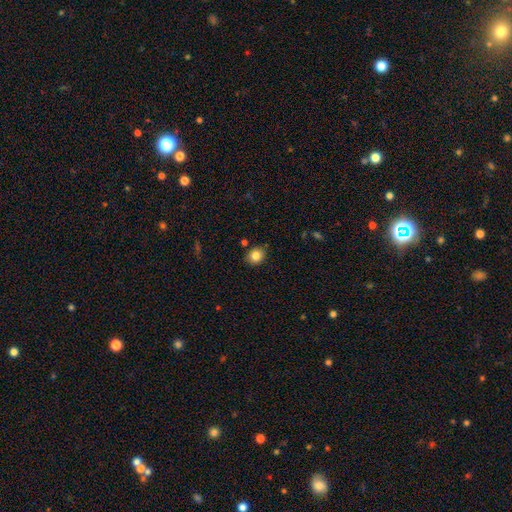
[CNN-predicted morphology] Overall: smooth (83%). How rounded: round (71%). Merging: none (84%).